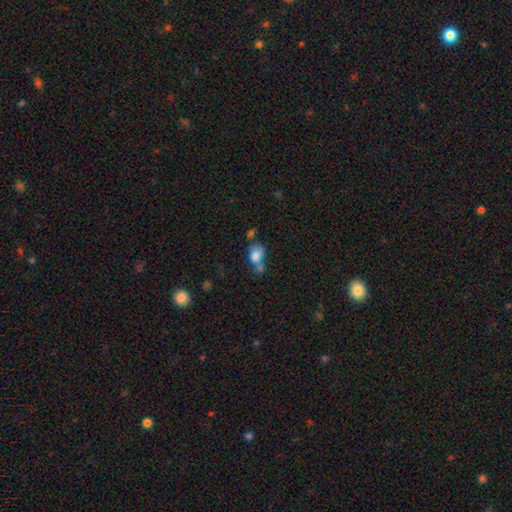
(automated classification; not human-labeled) smooth 76%, featured or disk 14%, star or artifact 10%. Down the decision tree: how rounded — in between (60%); merging — merger (41%).